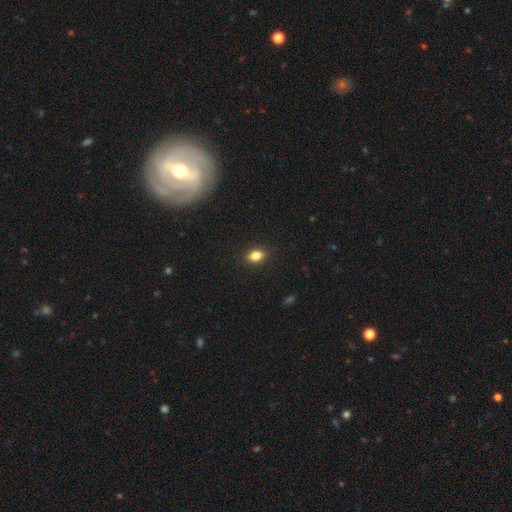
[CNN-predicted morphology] smooth 82%, star or artifact 11%, featured or disk 7%. Down the decision tree: how rounded — in between (73%); merging — none (89%).